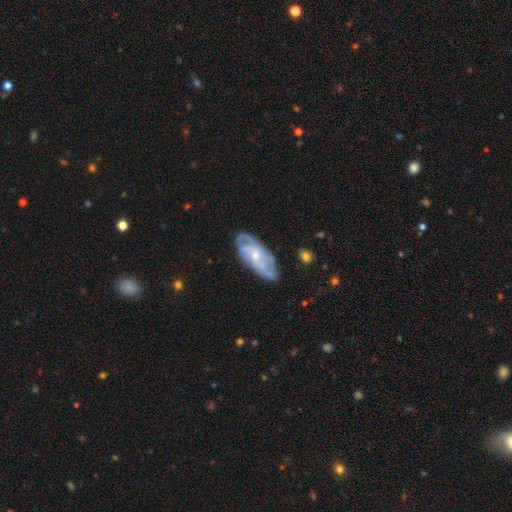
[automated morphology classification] A featured or disk galaxy (78%) with no bar (62%), tight (49%) spiral arms (90%) and a small central bulge (64%).

Vote fractions:
- Smooth or featured? featured or disk: 78% / smooth: 17% / star or artifact: 6%
- Edge-on disk? no: 92% / yes: 8%
- Bar? no: 62% / weak: 32% / strong: 7%
- Spiral arms? yes: 90% / no: 10%
- Spiral winding? tight: 49% / medium: 39% / loose: 12%
- Spiral arm count? can't tell: 34% / 2: 28% / 3: 21% / 4: 9% / 1: 4% / more than 4: 4%
- Bulge size? small: 64% / moderate: 31% / none: 3% / large: 1% / dominant: 1%
- Merging? none: 71% / minor disturbance: 21% / major disturbance: 6% / merger: 2%